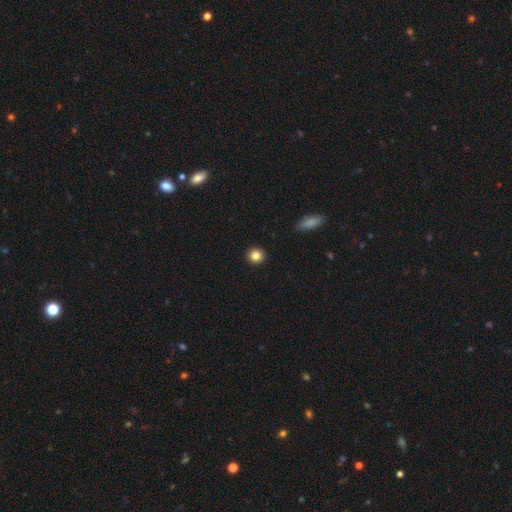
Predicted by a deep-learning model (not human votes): Smooth or featured? Predicted: smooth (p=0.84). How rounded? Predicted: round (p=0.93). Merging? Predicted: none (p=0.92).